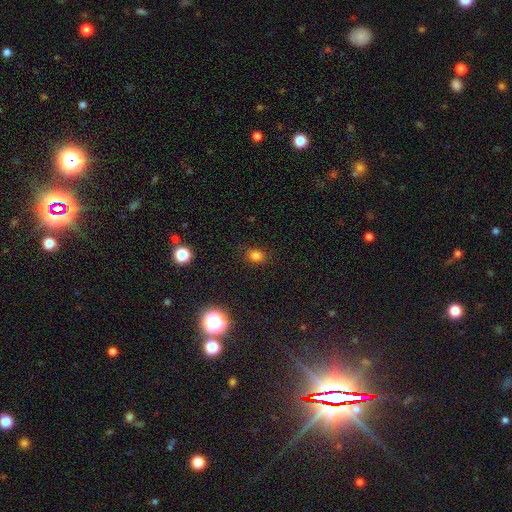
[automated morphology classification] Q: Smooth or featured?
A: smooth (79%); runner-up: star or artifact (16%)
Q: How rounded?
A: in between (53%); runner-up: round (45%)
Q: Merging?
A: none (84%); runner-up: minor disturbance (11%)